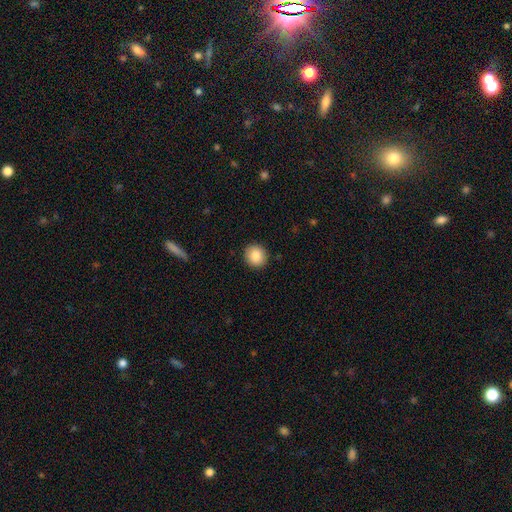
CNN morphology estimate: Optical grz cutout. It shows a smooth galaxy with no disk features (86%) that is round (91%). Merging: none (92%).